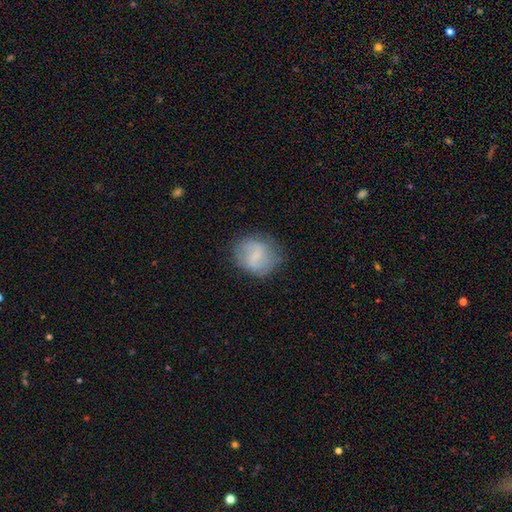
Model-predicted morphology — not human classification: This is possibly a smooth galaxy (58%). How rounded: likely round (74%). Merging: likely none (71%).